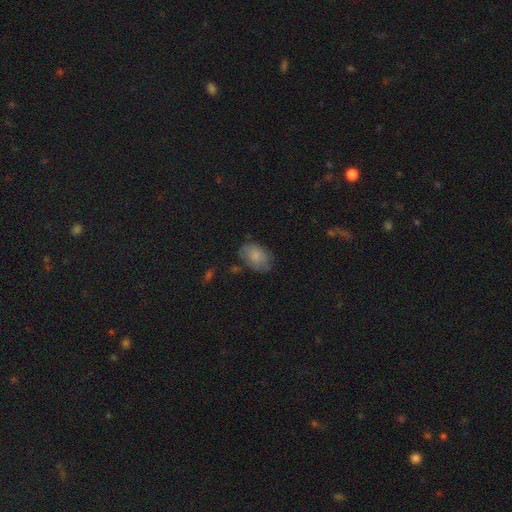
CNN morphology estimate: smooth 79%, featured or disk 13%, star or artifact 7%. Down the decision tree: how rounded — in between (87%); merging — none (67%).